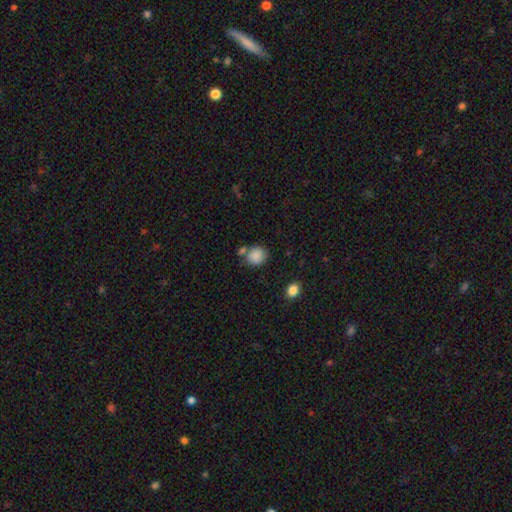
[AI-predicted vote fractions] Smooth or featured? smooth (87%)
How rounded? round (74%)
Merging? none (63%)